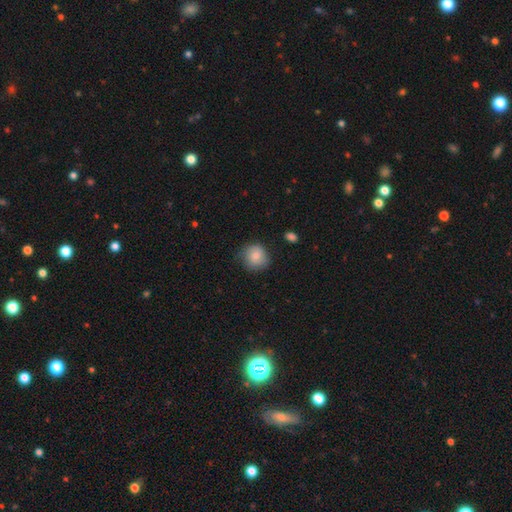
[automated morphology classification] smooth-or-featured: smooth: 83% | featured or disk: 9% | star or artifact: 8%
  how-rounded: round: 87% | in between: 12% | cigar-shaped: 1%
  merging: none: 74% | minor disturbance: 20% | major disturbance: 5% | merger: 2%